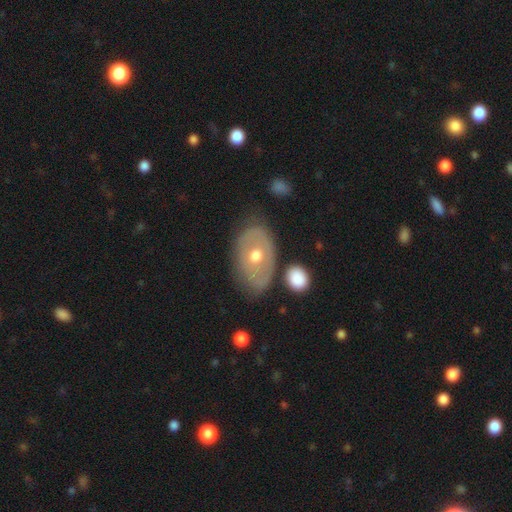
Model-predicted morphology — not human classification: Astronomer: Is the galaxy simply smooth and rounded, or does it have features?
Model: featured or disk — 55% (runner-up: smooth, 38%).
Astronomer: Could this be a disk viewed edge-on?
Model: no — 90%.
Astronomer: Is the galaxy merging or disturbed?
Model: none — 69%.